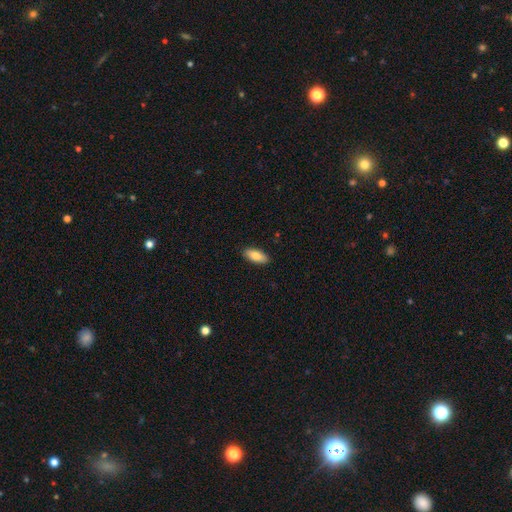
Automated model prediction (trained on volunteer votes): Smooth or featured? smooth (82%)
How rounded? in between (84%)
Merging? none (90%)